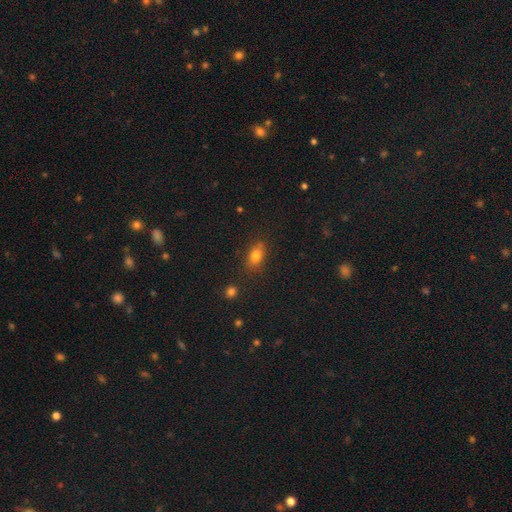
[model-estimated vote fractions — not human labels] The model was most divided on "merging": none: 79%, minor disturbance: 14%, major disturbance: 4%, merger: 3%. More confident: how rounded — in between (80%); smooth or featured — smooth (80%).